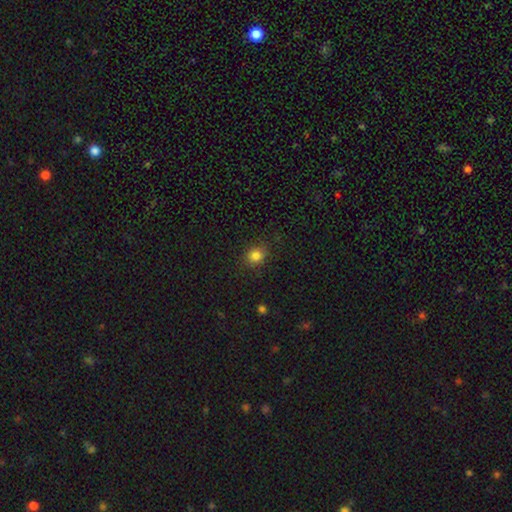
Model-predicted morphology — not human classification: This is clearly a smooth galaxy (83%). How rounded: likely round (74%). Merging: clearly none (86%).